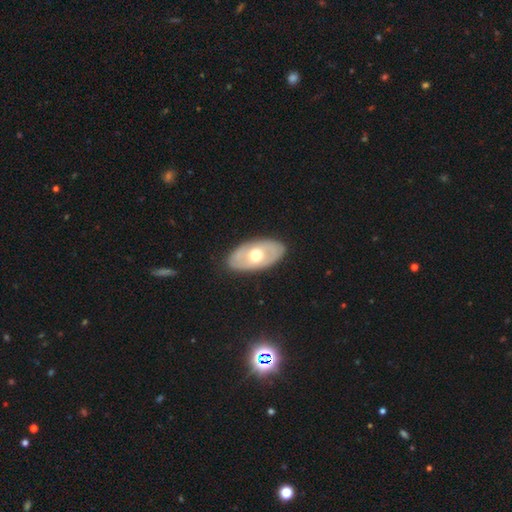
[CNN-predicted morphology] featured or disk 53%, smooth 42%, star or artifact 5%. Down the decision tree: edge-on disk — no (87%); merging — none (84%).